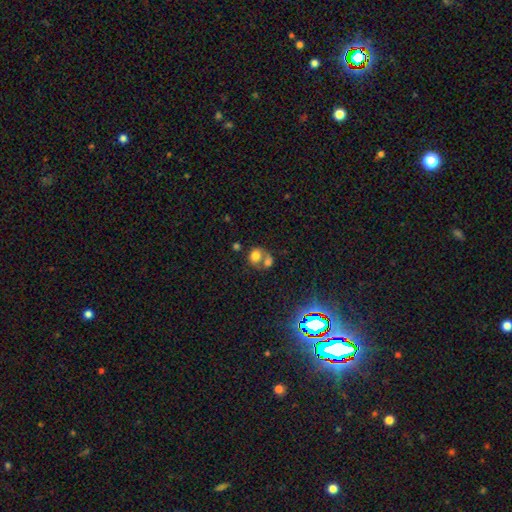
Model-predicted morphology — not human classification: A smooth galaxy with no disk features (73%) that is round (52%). Merging: merger (58%).